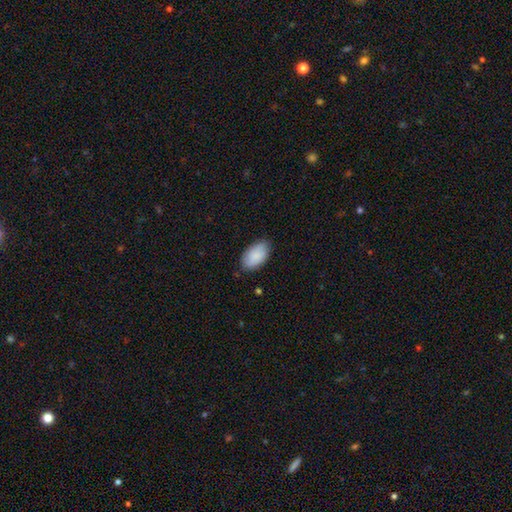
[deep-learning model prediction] smooth-or-featured: smooth: 85% | featured or disk: 9% | star or artifact: 6%
  how-rounded: in between: 95% | round: 4% | cigar-shaped: 1%
  merging: none: 81% | minor disturbance: 15% | major disturbance: 3% | merger: 1%